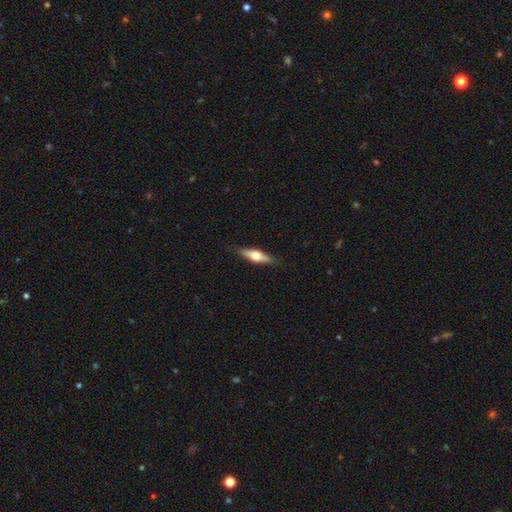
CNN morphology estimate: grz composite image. It shows a featured or disk galaxy (52%) viewed edge-on (93%). Merging: none (87%).